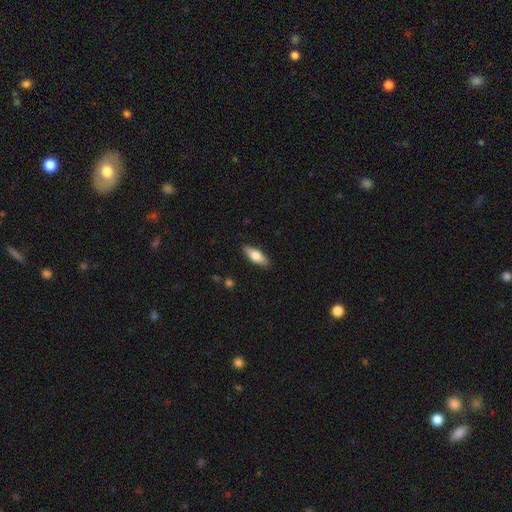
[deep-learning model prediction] Overall: smooth (70%). How rounded: in between (67%; cigar-shaped 31%). Merging: none (88%).